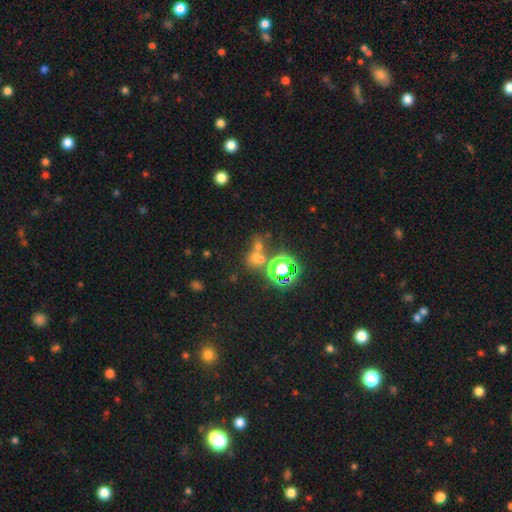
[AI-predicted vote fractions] This appears to be a smooth galaxy with no disk features (48%). Merging: none (45%).